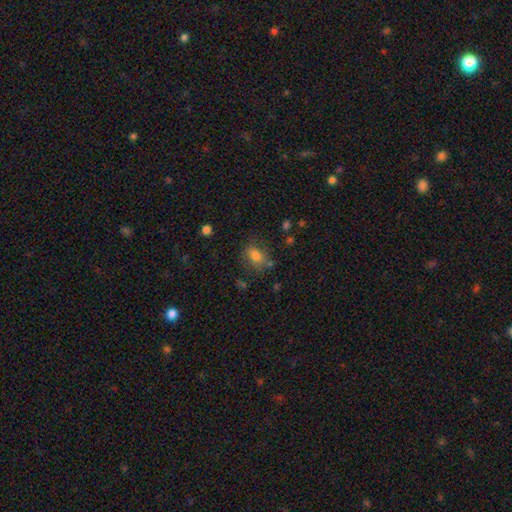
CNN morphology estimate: Overall: smooth (77%). How rounded: in between (65%; round 33%). Merging: none (69%).